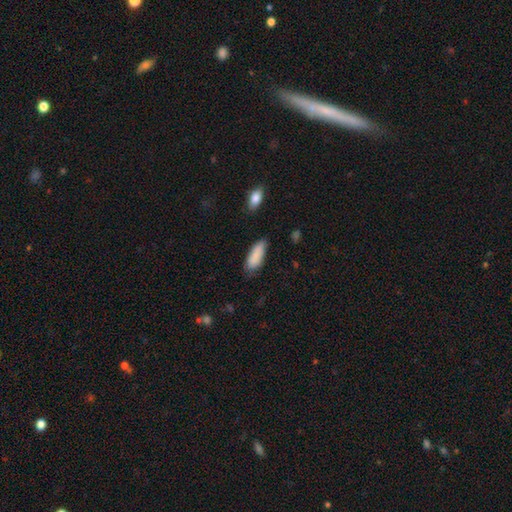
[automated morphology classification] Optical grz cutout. It shows a smooth galaxy with no disk features (87%) that is in between round and cigar-shaped (70%). Merging: none (69%).